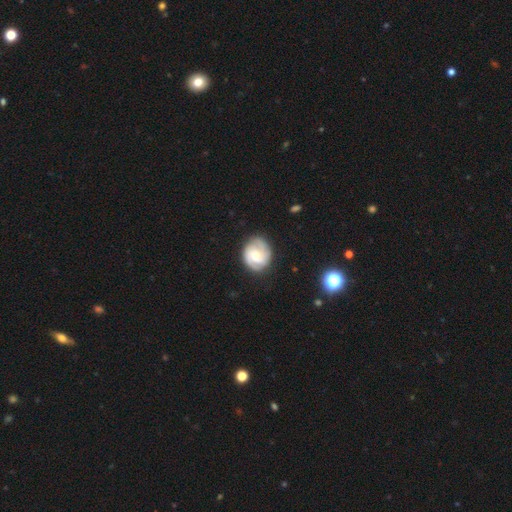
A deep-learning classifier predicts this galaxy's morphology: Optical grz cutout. It shows a featured or disk galaxy (73%) with no bar (57%), 2 (52%) tight (51%) spiral arms (95%) and a moderate central bulge (45%). Merging: none (78%).